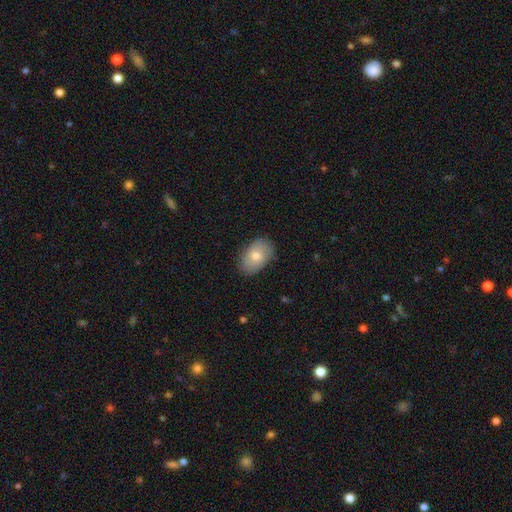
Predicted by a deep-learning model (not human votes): smooth 73%, featured or disk 20%, star or artifact 7%. Down the decision tree: how rounded — in between (89%); merging — none (82%).